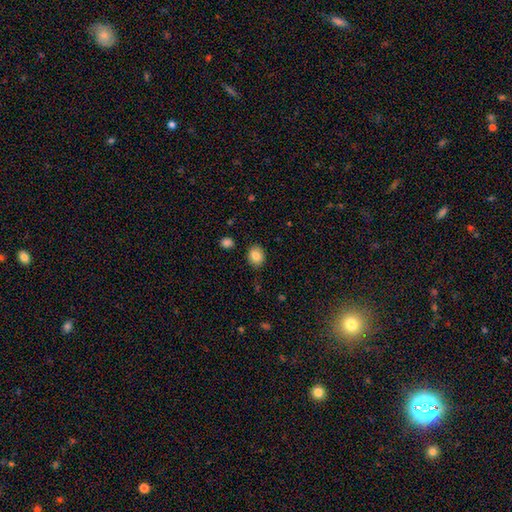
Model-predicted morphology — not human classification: Q: Smooth or featured?
A: smooth (84%); runner-up: star or artifact (9%)
Q: How rounded?
A: round (57%); runner-up: in between (43%)
Q: Merging?
A: none (87%); runner-up: minor disturbance (9%)